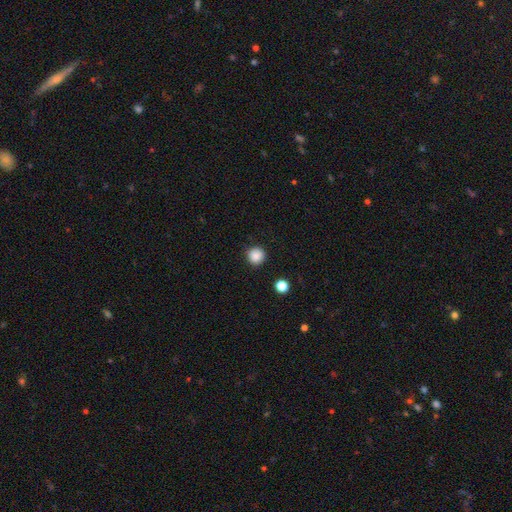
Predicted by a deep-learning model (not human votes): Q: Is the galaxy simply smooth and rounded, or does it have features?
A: smooth — 87%.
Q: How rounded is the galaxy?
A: round — 95%.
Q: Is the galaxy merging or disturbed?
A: none — 91%.